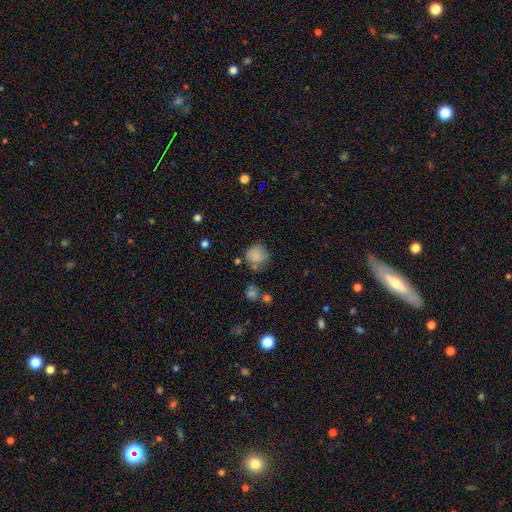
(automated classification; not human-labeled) Smooth or featured: smooth — 79% (featured or disk — 11%)
How rounded: round — 86% (in between — 13%)
Merging: none — 62% (minor disturbance — 22%)